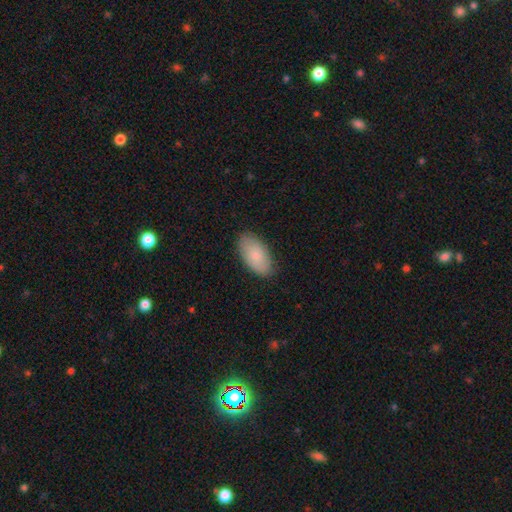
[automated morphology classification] This is likely a smooth galaxy (78%). How rounded: clearly in between (95%). Merging: clearly none (83%).